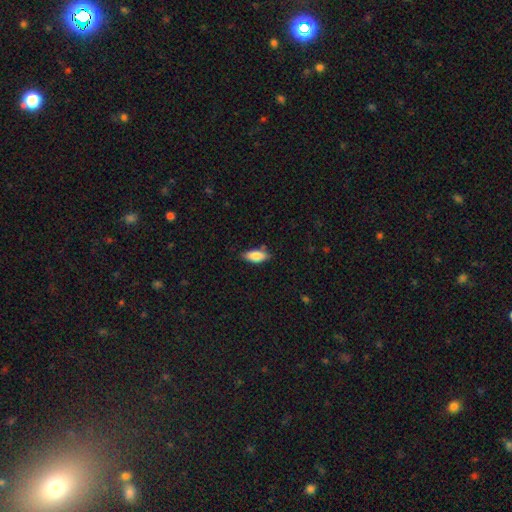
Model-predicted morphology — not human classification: Overall: smooth (83%). How rounded: in between (82%). Merging: none (80%).